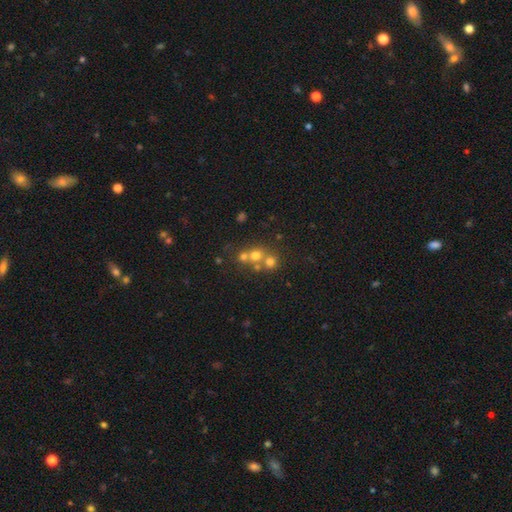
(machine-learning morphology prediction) Overall: smooth (63%). How rounded: round (87%). Merging: merger (47%; none 43%).